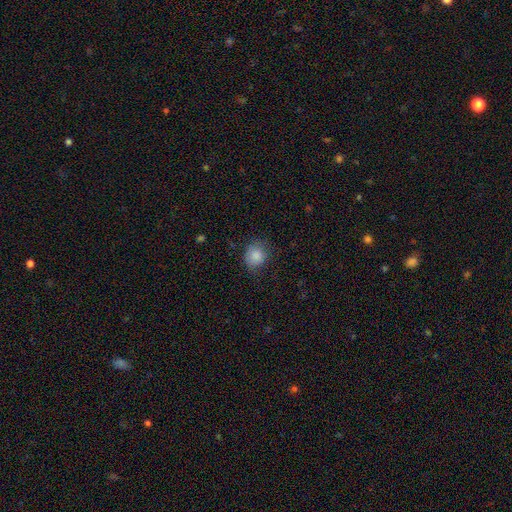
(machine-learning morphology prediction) Smooth or featured: smooth — 85% (star or artifact — 9%)
How rounded: round — 72% (in between — 27%)
Merging: none — 67% (minor disturbance — 25%)